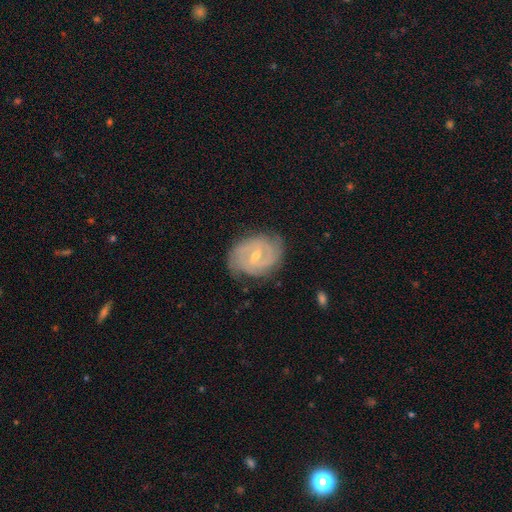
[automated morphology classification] A featured or disk galaxy (81%) with a weak bar (56%), 2 (62%) tight (54%) spiral arms (91%) and a small central bulge (53%). Merging: none (75%).